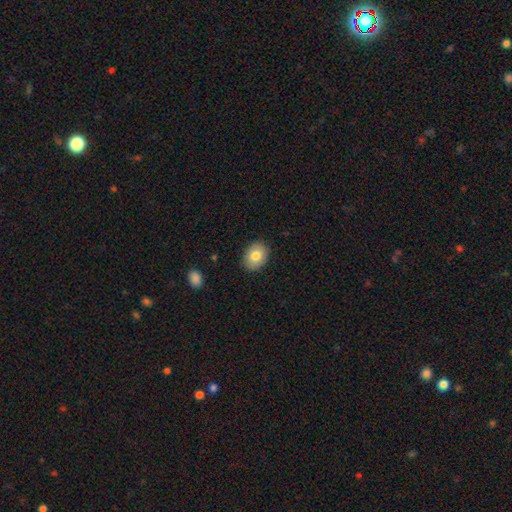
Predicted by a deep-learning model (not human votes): smooth_or_featured: smooth (p=0.81) [alt: featured or disk p=0.12]
how_rounded: in between (p=0.66) [alt: round p=0.33]
merging: none (p=0.88) [alt: minor disturbance p=0.09]